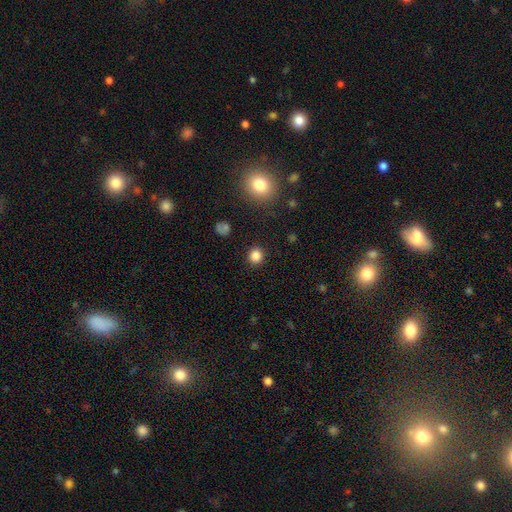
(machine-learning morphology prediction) This is clearly a smooth galaxy (84%). How rounded: clearly round (87%). Merging: clearly none (90%).